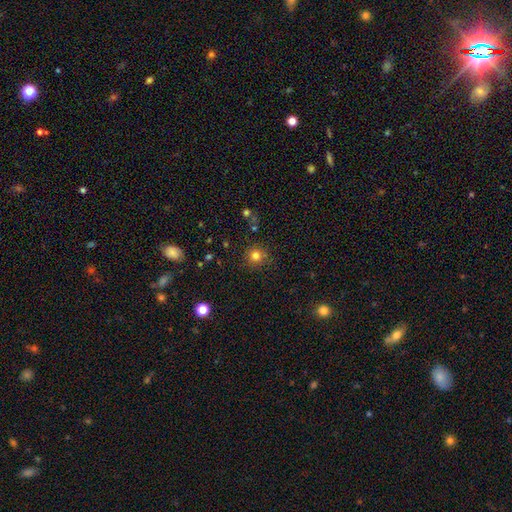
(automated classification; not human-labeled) smooth-or-featured: smooth: 79% | star or artifact: 15% | featured or disk: 6%
  how-rounded: round: 93% | in between: 6% | cigar-shaped: 1%
  merging: none: 85% | minor disturbance: 9% | major disturbance: 3% | merger: 3%